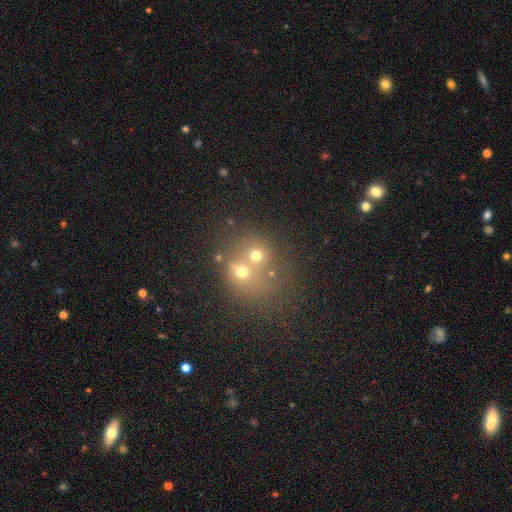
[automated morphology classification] type=smooth (56%); roundness=round (72%); merging=merger (54%).